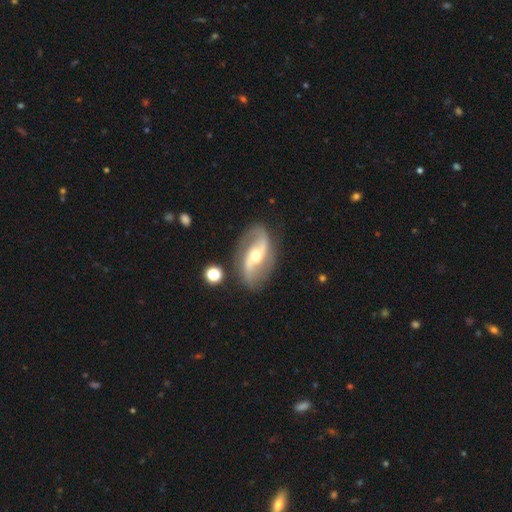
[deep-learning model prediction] A featured or disk galaxy (87%) with a weak bar (34%), 2 (92%) loose (52%) spiral arms (95%) and a moderate central bulge (67%). Merging: none (80%).